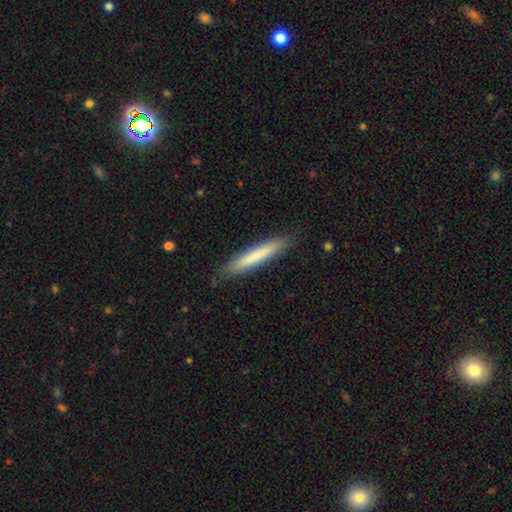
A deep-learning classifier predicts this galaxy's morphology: This is likely a smooth galaxy (74%). How rounded: clearly cigar-shaped (94%). Merging: clearly none (89%).